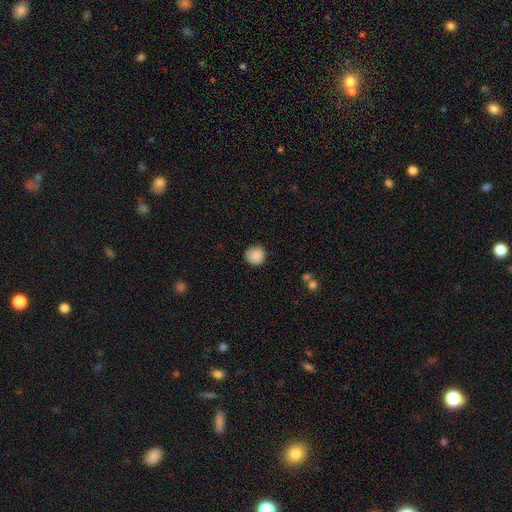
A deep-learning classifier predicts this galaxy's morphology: Q: Smooth or featured?
A: smooth (88%); runner-up: star or artifact (8%)
Q: How rounded?
A: round (93%); runner-up: in between (6%)
Q: Merging?
A: none (85%); runner-up: minor disturbance (11%)